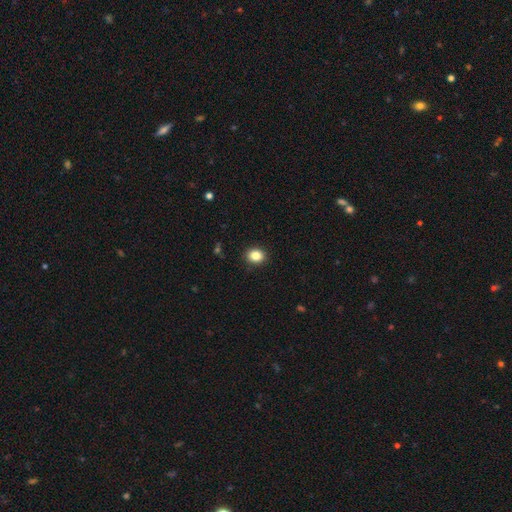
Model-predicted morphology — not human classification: smooth_or_featured: smooth (p=0.85) [alt: star or artifact p=0.10]
how_rounded: round (p=0.55) [alt: in between p=0.44]
merging: none (p=0.90) [alt: minor disturbance p=0.07]